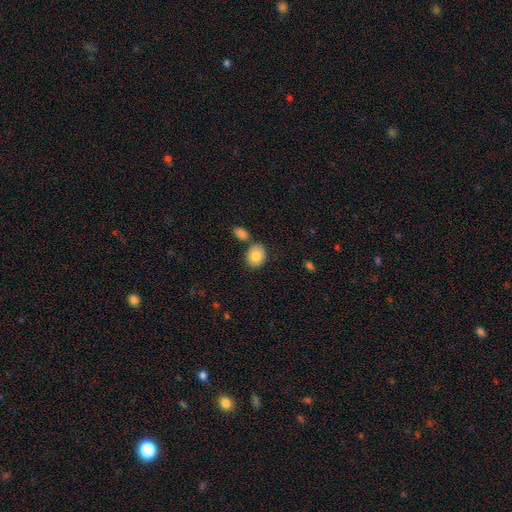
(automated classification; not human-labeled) smooth-or-featured: smooth: 82% | featured or disk: 11% | star or artifact: 7%
  how-rounded: in between: 53% | round: 46% | cigar-shaped: 1%
  merging: none: 70% | merger: 15% | minor disturbance: 12% | major disturbance: 3%